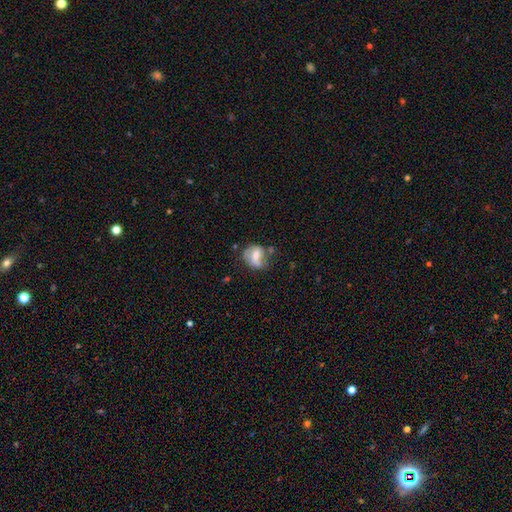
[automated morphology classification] This appears to be a smooth galaxy with no disk features (50%) that is round (57%). Merging: none (50%).